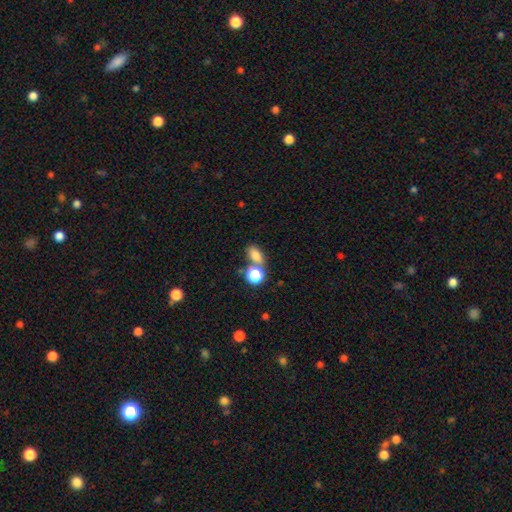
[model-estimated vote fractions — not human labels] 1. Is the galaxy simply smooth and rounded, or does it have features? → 78% smooth, 14% star or artifact, 8% featured or disk.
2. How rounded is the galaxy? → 77% in between, 20% round, 3% cigar-shaped.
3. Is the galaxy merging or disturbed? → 58% none, 26% merger, 11% minor disturbance, 4% major disturbance.